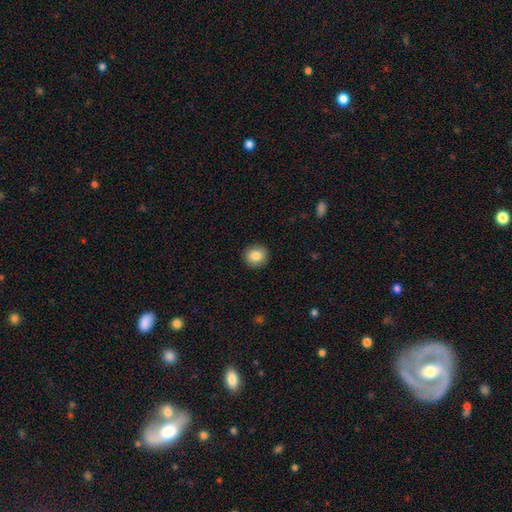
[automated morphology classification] smooth-or-featured: smooth: 85% | star or artifact: 9% | featured or disk: 6%
  how-rounded: round: 90% | in between: 9% | cigar-shaped: 1%
  merging: none: 92% | minor disturbance: 6% | major disturbance: 2% | merger: 1%